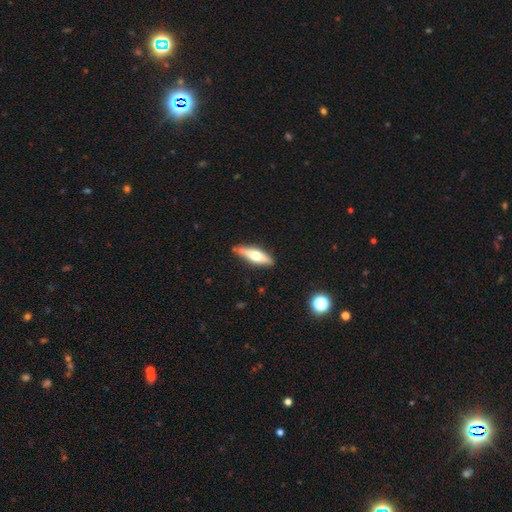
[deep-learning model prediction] smooth_or_featured: smooth (p=0.52) [alt: featured or disk p=0.43]
how_rounded: cigar-shaped (p=0.53) [alt: in between p=0.45]
merging: none (p=0.81) [alt: minor disturbance p=0.14]